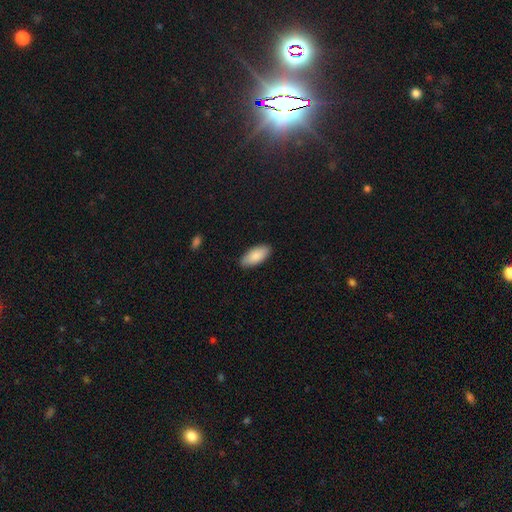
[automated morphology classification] A smooth galaxy with no disk features (88%) that is in between round and cigar-shaped (89%).

Vote fractions:
- Smooth or featured? smooth: 88% / featured or disk: 7% / star or artifact: 5%
- How rounded? in between: 89% / cigar-shaped: 9% / round: 2%
- Merging? none: 87% / minor disturbance: 10% / major disturbance: 2% / merger: 1%